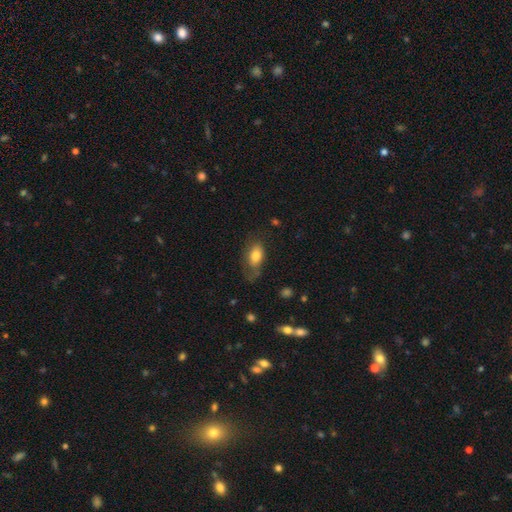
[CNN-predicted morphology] smooth-or-featured: smooth: 76% | featured or disk: 16% | star or artifact: 7%
  how-rounded: in between: 89% | round: 7% | cigar-shaped: 4%
  merging: none: 51% | minor disturbance: 29% | major disturbance: 18% | merger: 3%